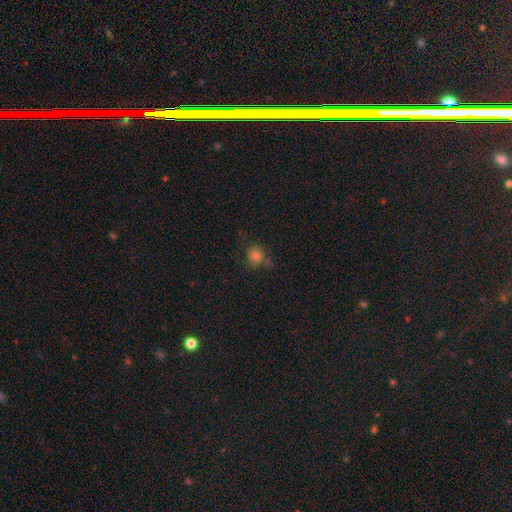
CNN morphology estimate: Smooth or featured? Predicted: smooth (p=0.75). How rounded? Predicted: round (p=0.79). Merging? Predicted: none (p=0.64).